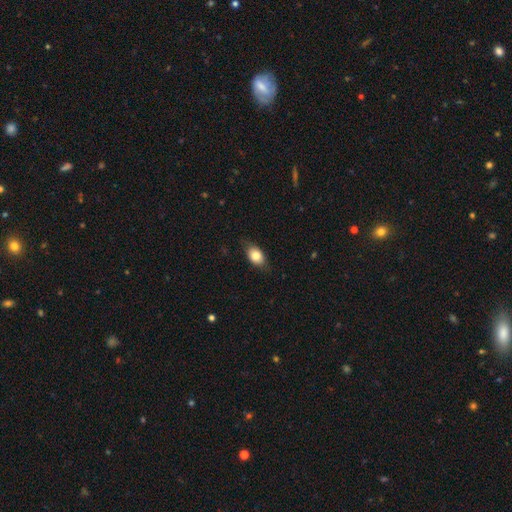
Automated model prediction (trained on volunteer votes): Smooth or featured? Predicted: smooth (p=0.80). How rounded? Predicted: in between (p=0.81). Merging? Predicted: none (p=0.79).